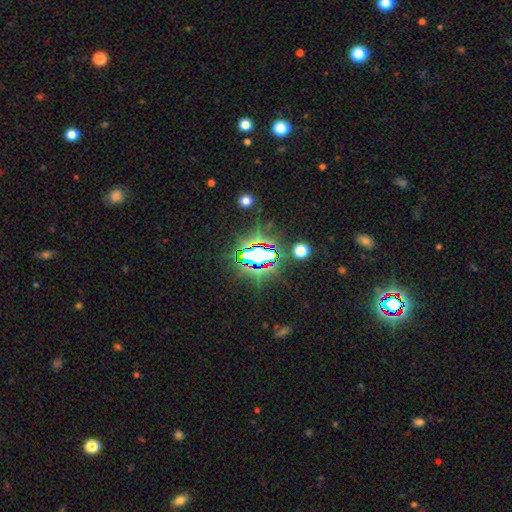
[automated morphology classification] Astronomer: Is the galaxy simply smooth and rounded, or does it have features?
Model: star or artifact — 73%.